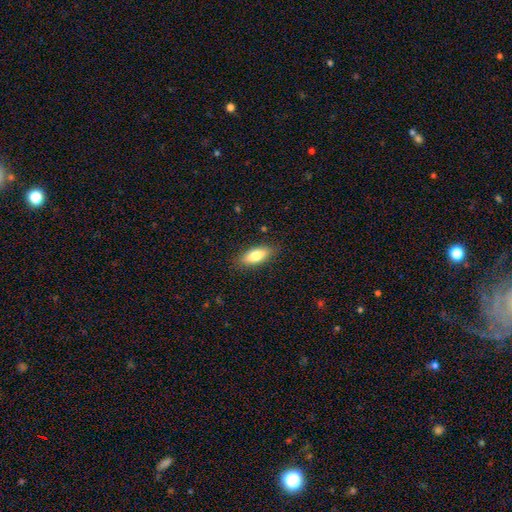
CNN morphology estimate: A smooth galaxy with no disk features (78%) that is in between round and cigar-shaped (74%).

Vote fractions:
- Smooth or featured? smooth: 78% / featured or disk: 15% / star or artifact: 7%
- How rounded? in between: 74% / cigar-shaped: 23% / round: 2%
- Merging? none: 86% / minor disturbance: 11% / major disturbance: 2% / merger: 1%